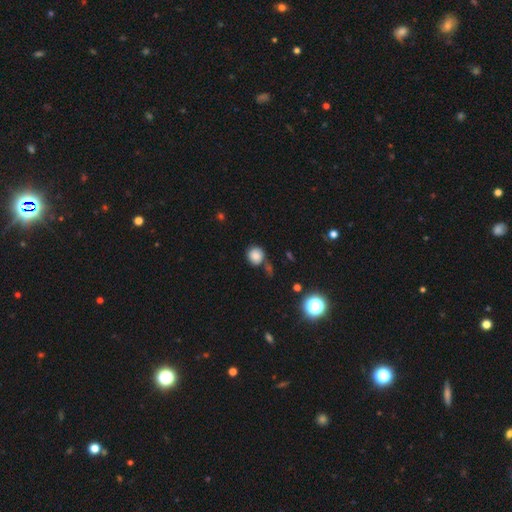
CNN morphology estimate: Overall: smooth (82%). How rounded: round (88%). Merging: none (65%).